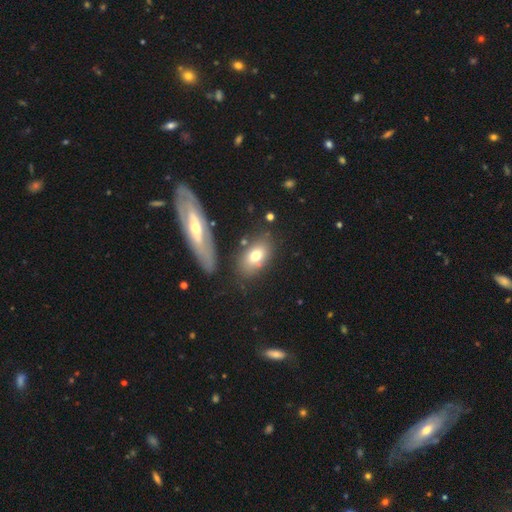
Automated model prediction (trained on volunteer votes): Smooth or featured?
  - smooth: 69% *
  - featured or disk: 22%
  - star or artifact: 8%
How rounded?
  - in between: 84% *
  - round: 11%
  - cigar-shaped: 4%
Merging?
  - none: 67% *
  - minor disturbance: 16%
  - merger: 11%
  - major disturbance: 6%